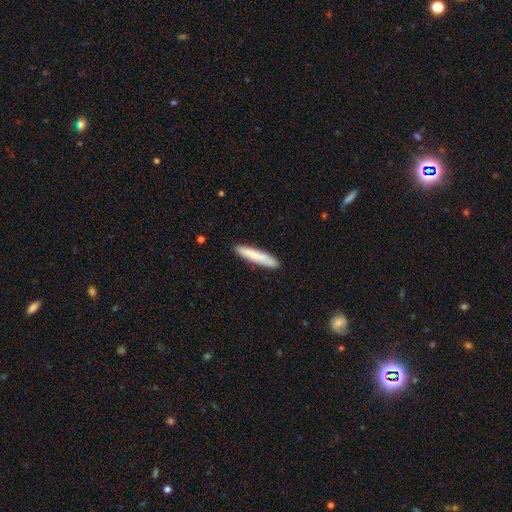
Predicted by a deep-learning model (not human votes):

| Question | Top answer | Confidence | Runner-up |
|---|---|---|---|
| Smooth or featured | smooth | 78% | featured or disk (16%) |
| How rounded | cigar-shaped | 92% | in between (7%) |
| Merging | none | 89% | minor disturbance (8%) |